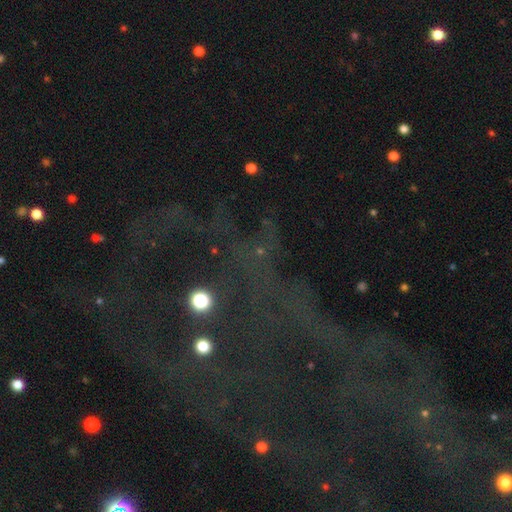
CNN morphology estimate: Smooth or featured?
  - star or artifact: 70% *
  - smooth: 16%
  - featured or disk: 14%